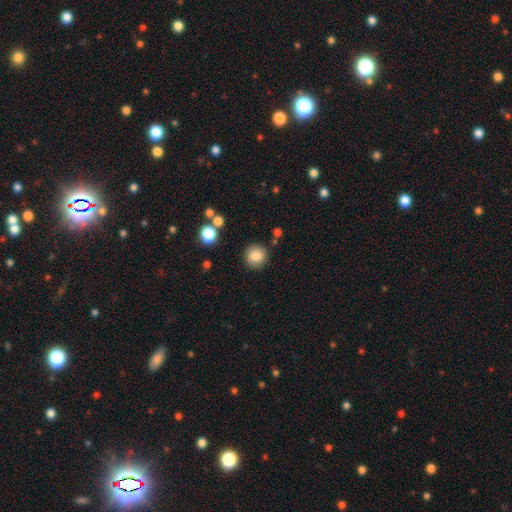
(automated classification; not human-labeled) Overall: smooth (85%). How rounded: round (91%). Merging: none (87%).